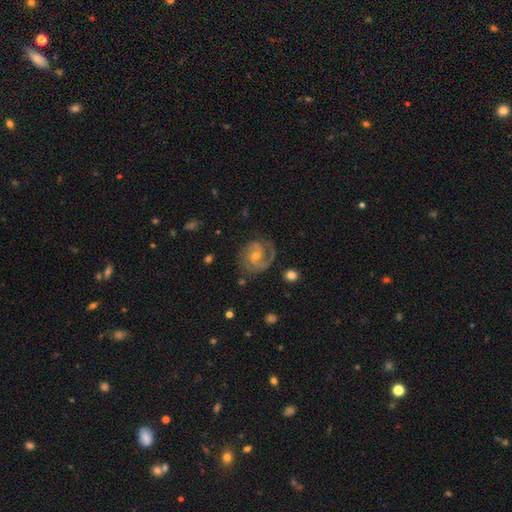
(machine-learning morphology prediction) Smooth or featured? Predicted: featured or disk (p=0.88). Edge-on disk? Predicted: no (p=0.98). Bar? Predicted: weak (p=0.45). Spiral arms? Predicted: yes (p=0.97). Spiral winding? Predicted: medium (p=0.47). Spiral arm count? Predicted: 2 (p=0.75). Bulge size? Predicted: small (p=0.52). Merging? Predicted: none (p=0.75).